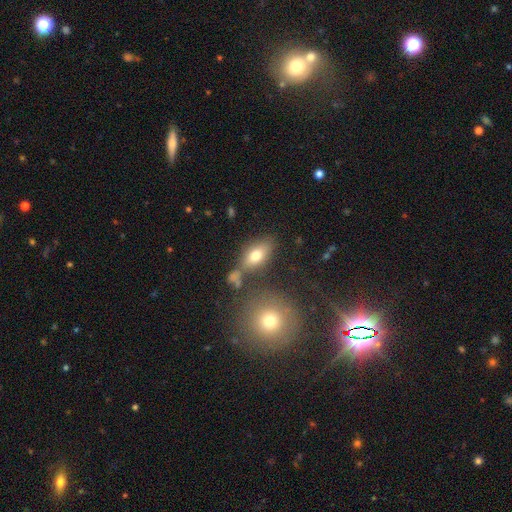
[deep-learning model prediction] The model was most divided on "merging": none: 66%, minor disturbance: 14%, merger: 14%, major disturbance: 6%. More confident: how rounded — in between (84%); smooth or featured — smooth (74%).